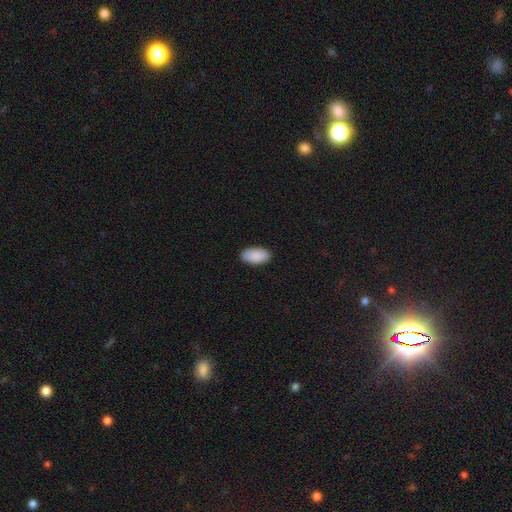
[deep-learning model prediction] Overall: smooth (90%). How rounded: in between (96%). Merging: none (89%).